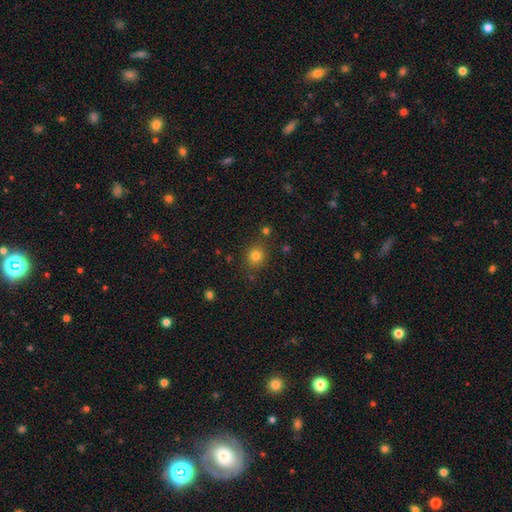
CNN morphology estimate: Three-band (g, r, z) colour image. It shows a smooth galaxy with no disk features (80%) that is round (83%). Merging: none (84%).